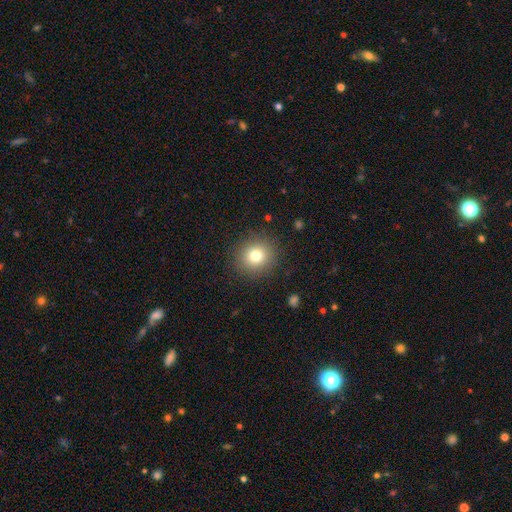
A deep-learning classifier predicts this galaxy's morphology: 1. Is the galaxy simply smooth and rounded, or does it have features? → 78% smooth, 13% star or artifact, 10% featured or disk.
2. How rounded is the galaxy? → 89% round, 10% in between, 1% cigar-shaped.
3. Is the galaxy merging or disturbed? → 89% none, 7% minor disturbance, 3% major disturbance, 1% merger.